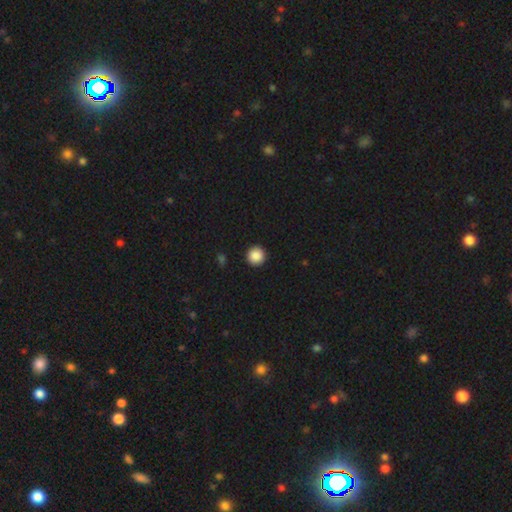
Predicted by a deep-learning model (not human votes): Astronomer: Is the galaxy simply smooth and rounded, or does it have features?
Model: smooth — 88%.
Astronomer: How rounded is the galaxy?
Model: round — 96%.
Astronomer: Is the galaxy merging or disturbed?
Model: none — 93%.